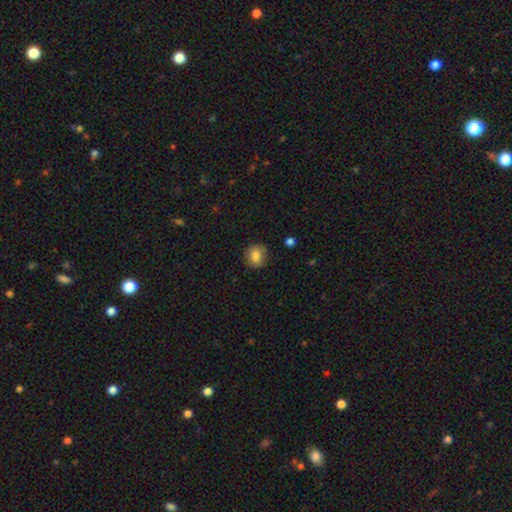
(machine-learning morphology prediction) A smooth galaxy with no disk features (83%) that is round (80%). Merging: none (86%).